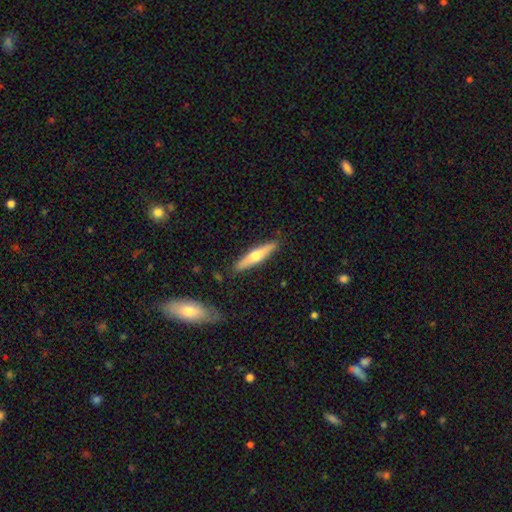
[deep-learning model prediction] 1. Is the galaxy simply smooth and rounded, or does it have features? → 50% featured or disk, 45% smooth, 5% star or artifact.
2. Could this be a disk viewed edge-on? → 94% yes, 6% no.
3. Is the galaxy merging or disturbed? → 88% none, 8% minor disturbance, 2% merger, 2% major disturbance.